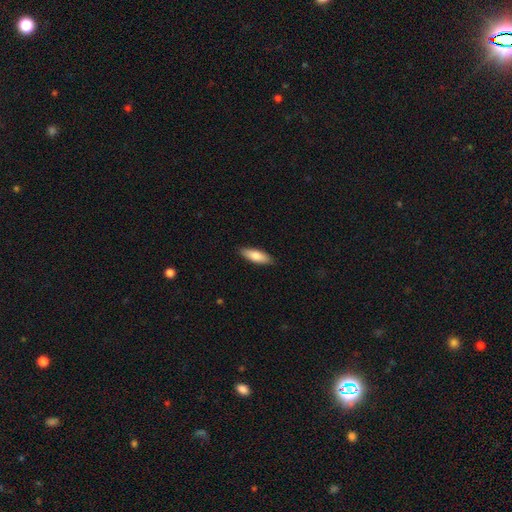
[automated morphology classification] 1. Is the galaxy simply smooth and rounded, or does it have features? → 80% smooth, 15% featured or disk, 6% star or artifact.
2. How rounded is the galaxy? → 60% in between, 39% cigar-shaped, 2% round.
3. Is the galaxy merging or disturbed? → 87% none, 10% minor disturbance, 2% major disturbance, 1% merger.